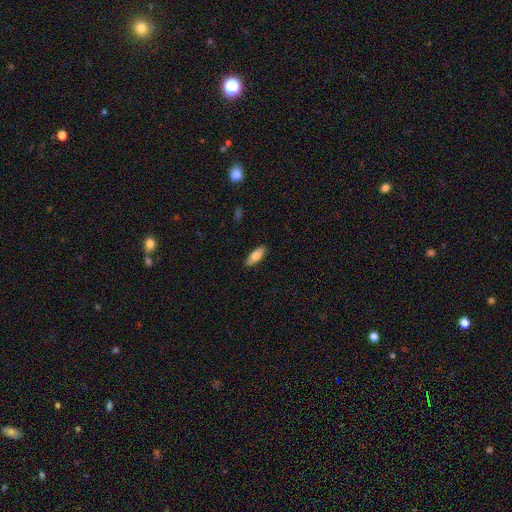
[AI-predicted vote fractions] Smooth or featured?
  - smooth: 78% *
  - featured or disk: 16%
  - star or artifact: 6%
How rounded?
  - in between: 73% *
  - cigar-shaped: 25%
  - round: 2%
Merging?
  - none: 89% *
  - minor disturbance: 9%
  - major disturbance: 2%
  - merger: 1%